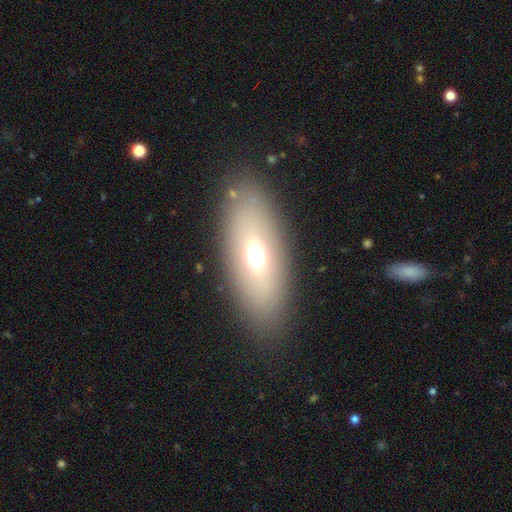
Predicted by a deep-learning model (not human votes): This appears to be a smooth galaxy with no disk features (60%) that is in between round and cigar-shaped (80%). Merging: none (84%).